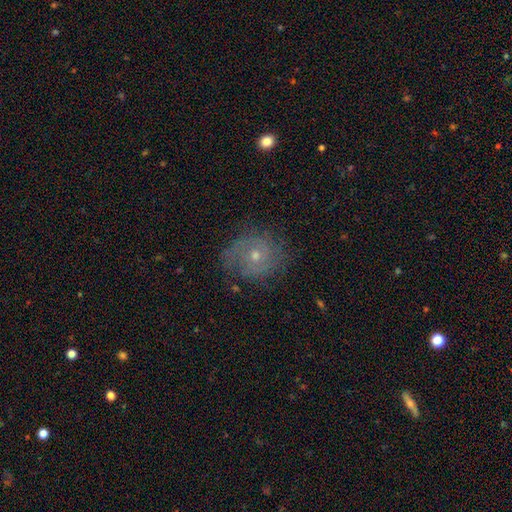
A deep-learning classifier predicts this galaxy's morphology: Q: Smooth or featured?
A: featured or disk (64%); runner-up: smooth (25%)
Q: Edge-on disk?
A: no (97%); runner-up: yes (3%)
Q: Bar?
A: no (82%); runner-up: weak (16%)
Q: Spiral arms?
A: yes (82%); runner-up: no (18%)
Q: Spiral winding?
A: tight (56%); runner-up: medium (33%)
Q: Spiral arm count?
A: 2 (38%); runner-up: can't tell (37%)
Q: Bulge size?
A: small (48%); tied with: moderate (48%)
Q: Merging?
A: none (72%); runner-up: minor disturbance (18%)